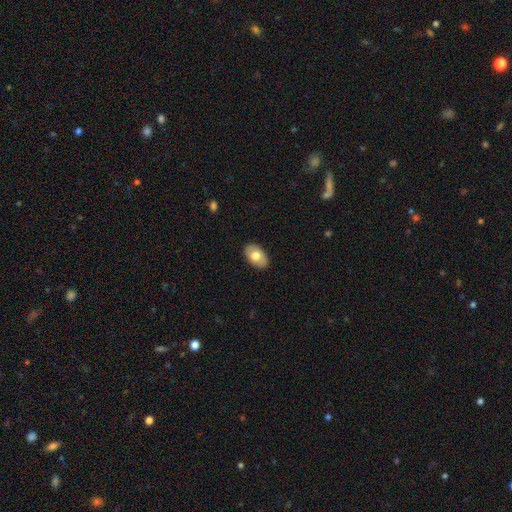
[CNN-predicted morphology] smooth 70%, featured or disk 24%, star or artifact 6%. Down the decision tree: how rounded — in between (91%); merging — none (88%).